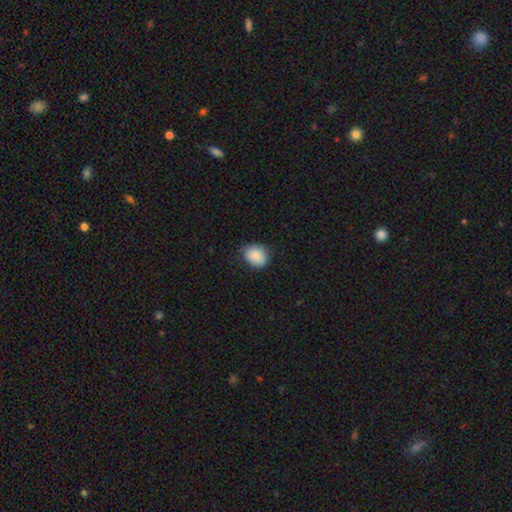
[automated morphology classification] type=smooth (87%); roundness=in between (53%); merging=none (71%).